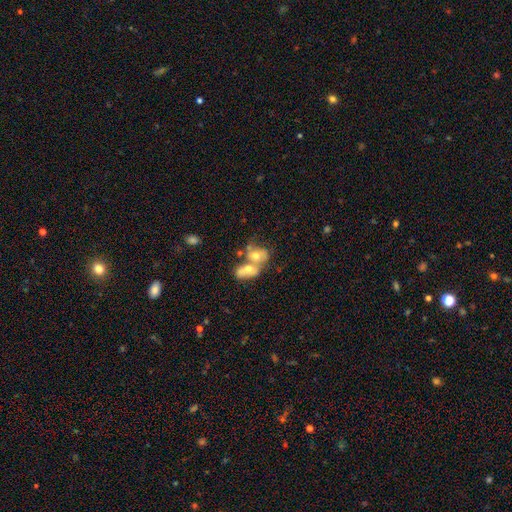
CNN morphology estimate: A smooth galaxy with no disk features (57%) that is in between round and cigar-shaped (61%).

Vote fractions:
- Smooth or featured? smooth: 57% / featured or disk: 33% / star or artifact: 10%
- How rounded? in between: 61% / round: 37% / cigar-shaped: 2%
- Merging? merger: 75% / none: 13% / minor disturbance: 6% / major disturbance: 5%